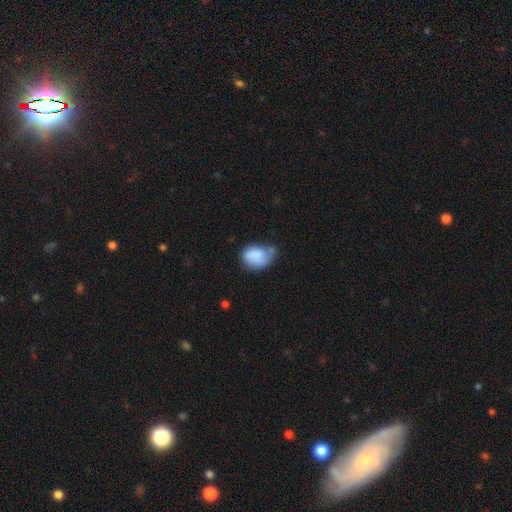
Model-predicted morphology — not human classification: smooth_or_featured: smooth (p=0.79) [alt: featured or disk p=0.14]
how_rounded: in between (p=0.74) [alt: round p=0.25]
merging: minor disturbance (p=0.39) [alt: none p=0.30]